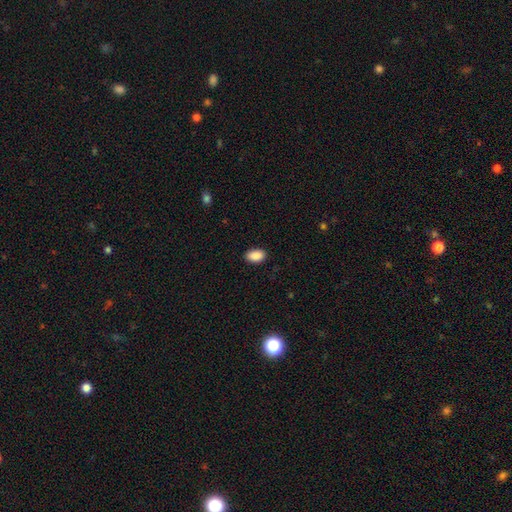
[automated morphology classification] smooth 90%, star or artifact 7%, featured or disk 3%. Down the decision tree: how rounded — in between (91%); merging — none (88%).